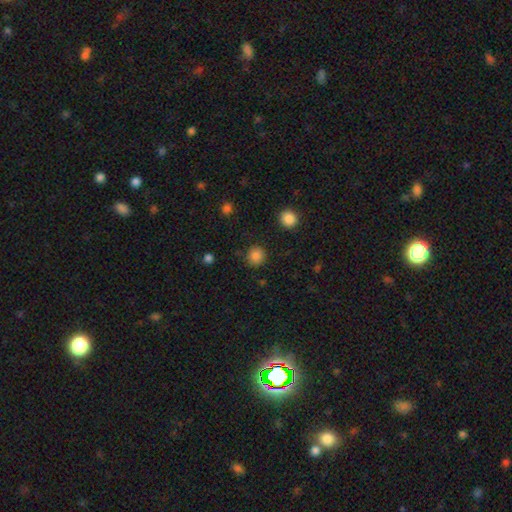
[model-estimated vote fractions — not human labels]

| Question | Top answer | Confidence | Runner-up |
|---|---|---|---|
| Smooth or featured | smooth | 85% | star or artifact (11%) |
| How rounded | round | 91% | in between (8%) |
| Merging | none | 88% | minor disturbance (8%) |